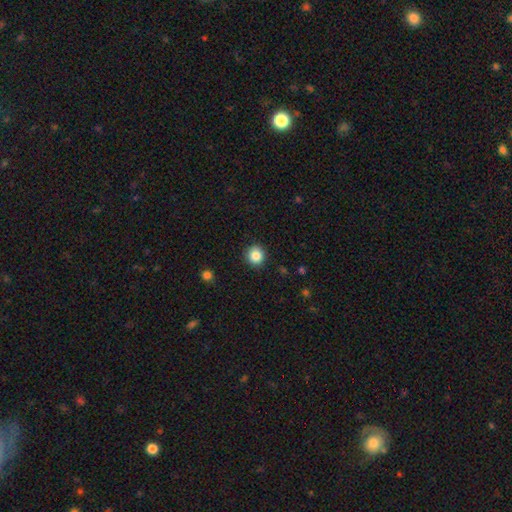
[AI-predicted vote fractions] smooth_or_featured: smooth (p=0.86) [alt: star or artifact p=0.10]
how_rounded: round (p=0.92) [alt: in between p=0.07]
merging: none (p=0.91) [alt: minor disturbance p=0.06]